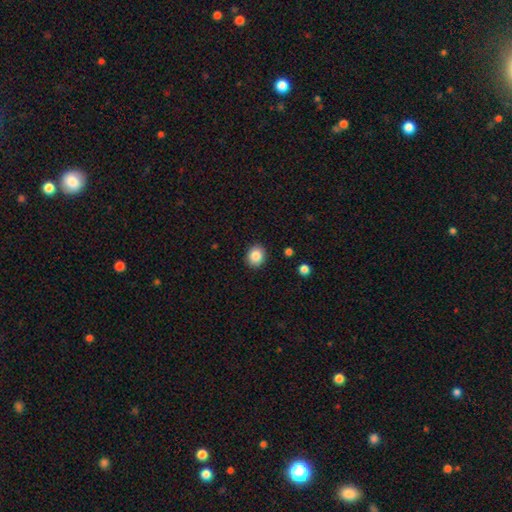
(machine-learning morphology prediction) Smooth or featured: smooth — 86% (star or artifact — 9%)
How rounded: round — 71% (in between — 28%)
Merging: none — 90% (minor disturbance — 7%)